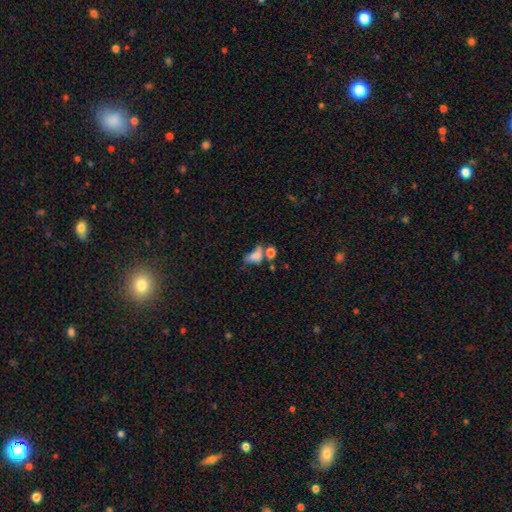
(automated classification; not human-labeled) This is likely a smooth galaxy (65%). How rounded: likely in between (77%). Merging: marginally merger (36%).